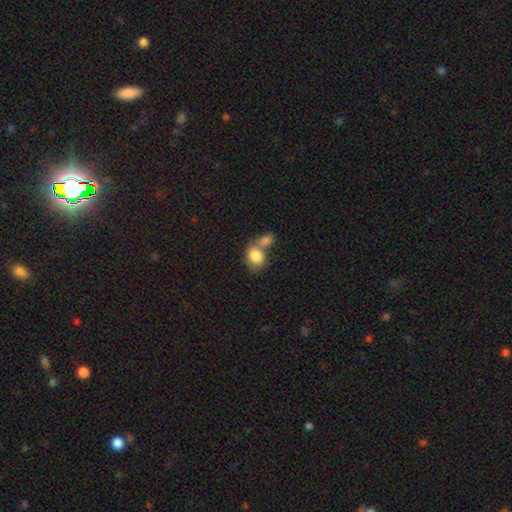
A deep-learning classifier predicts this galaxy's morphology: A smooth galaxy with no disk features (83%) that is in between round and cigar-shaped (51%). Merging: merger (56%).